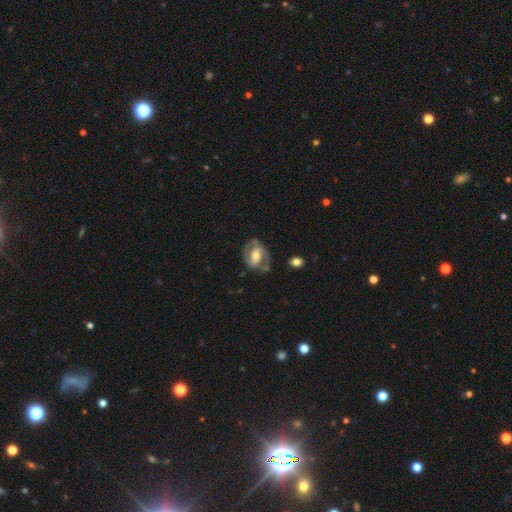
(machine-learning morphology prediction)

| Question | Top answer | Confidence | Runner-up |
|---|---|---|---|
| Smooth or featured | featured or disk | 77% | smooth (18%) |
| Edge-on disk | no | 97% | yes (3%) |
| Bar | weak | 39% | strong (35%) |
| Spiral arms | yes | 86% | no (14%) |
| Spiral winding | medium | 49% | tight (33%) |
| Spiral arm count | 2 | 83% | can't tell (9%) |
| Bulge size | moderate | 64% | small (25%) |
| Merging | none | 65% | minor disturbance (20%) |